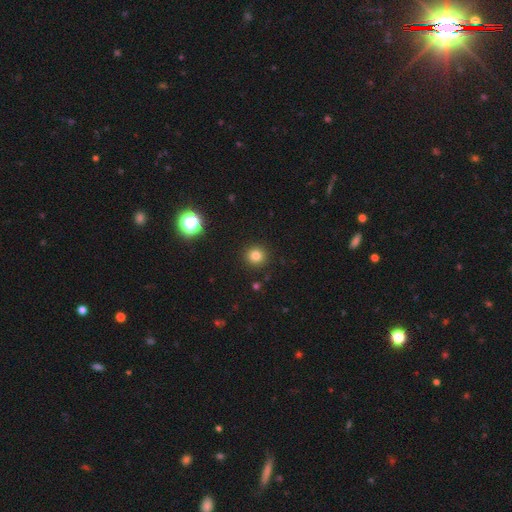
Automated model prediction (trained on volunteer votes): Smooth or featured? Predicted: smooth (p=0.81). How rounded? Predicted: round (p=0.93). Merging? Predicted: none (p=0.92).